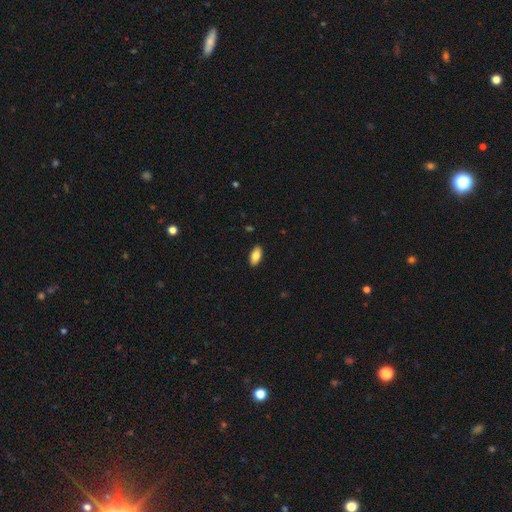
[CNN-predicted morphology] type=smooth (83%); roundness=in between (90%); merging=none (90%).